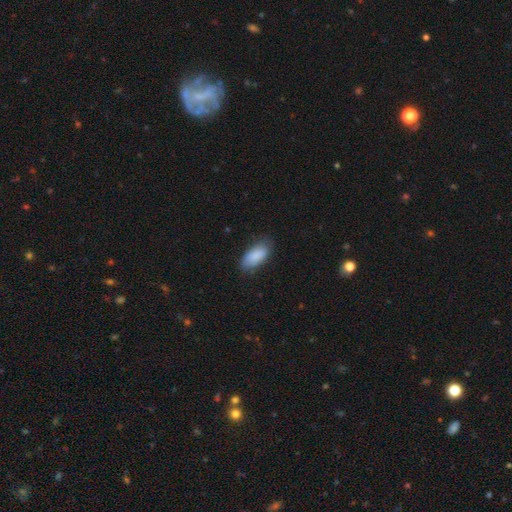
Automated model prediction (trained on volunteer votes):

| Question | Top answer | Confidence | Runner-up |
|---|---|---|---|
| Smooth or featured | smooth | 87% | featured or disk (7%) |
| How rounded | in between | 91% | cigar-shaped (7%) |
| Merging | none | 73% | minor disturbance (22%) |